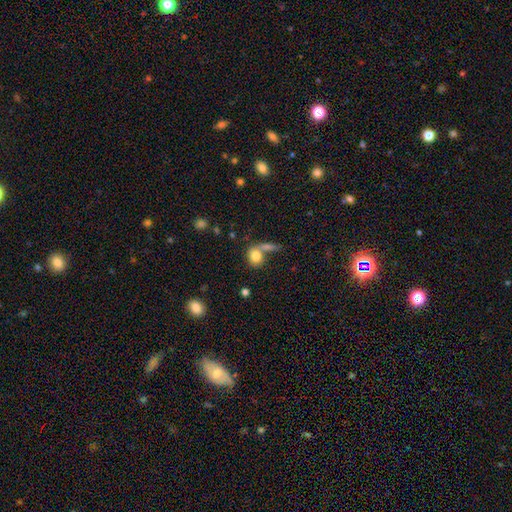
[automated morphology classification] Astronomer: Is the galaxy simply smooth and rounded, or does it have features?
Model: smooth — 80%.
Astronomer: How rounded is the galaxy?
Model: round — 57% (runner-up: in between, 41%).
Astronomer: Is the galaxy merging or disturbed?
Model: none — 45% (runner-up: merger, 35%).